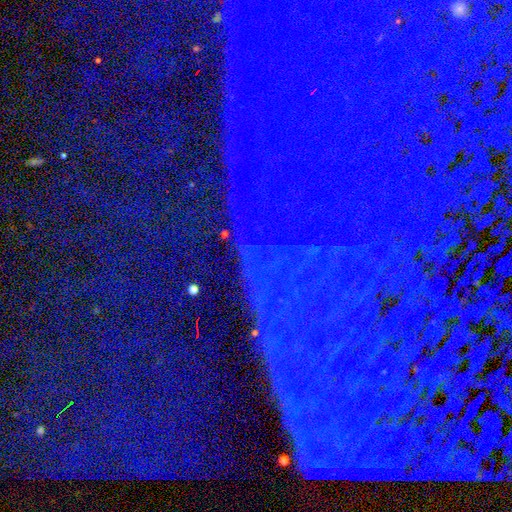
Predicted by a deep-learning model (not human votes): The model was most divided on "smooth or featured": star or artifact: 83%, featured or disk: 9%, smooth: 8%.